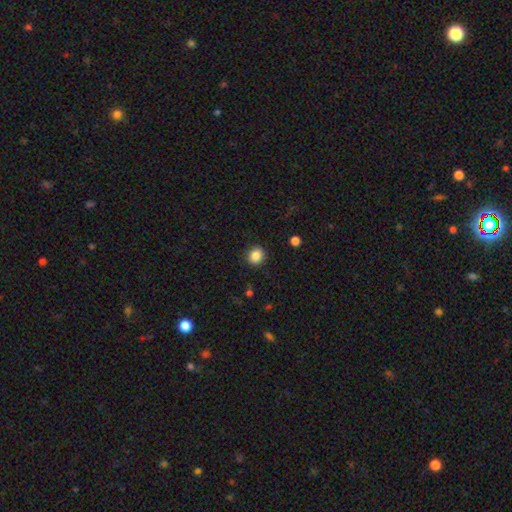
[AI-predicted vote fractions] Morphology: type=smooth (86%); roundness=round (75%); merging=none (89%).